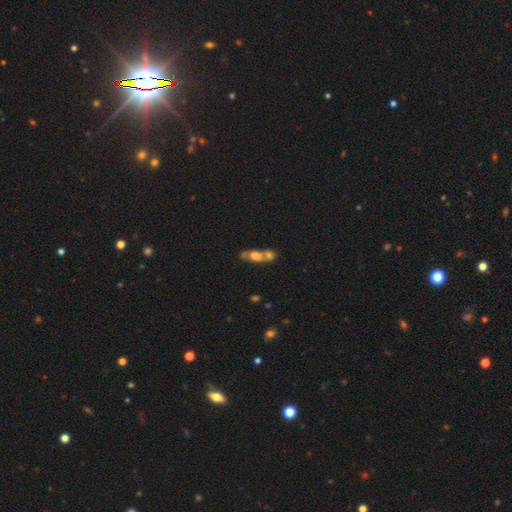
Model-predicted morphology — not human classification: This appears to be a smooth galaxy with no disk features (55%) that is in between round and cigar-shaped (57%). Merging: merger (56%).